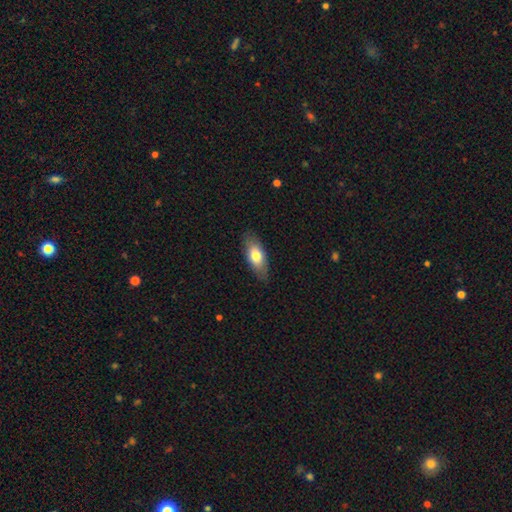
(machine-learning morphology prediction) Smooth or featured? Predicted: smooth (p=0.72). How rounded? Predicted: in between (p=0.82). Merging? Predicted: none (p=0.83).